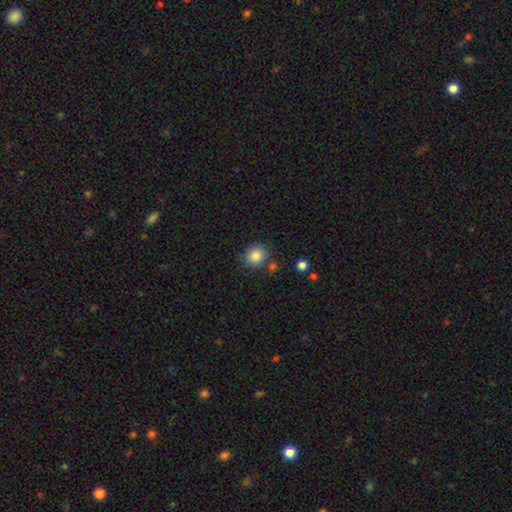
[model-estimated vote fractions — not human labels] Smooth or featured: smooth — 86% (star or artifact — 9%)
How rounded: round — 77% (in between — 22%)
Merging: none — 77% (minor disturbance — 13%)